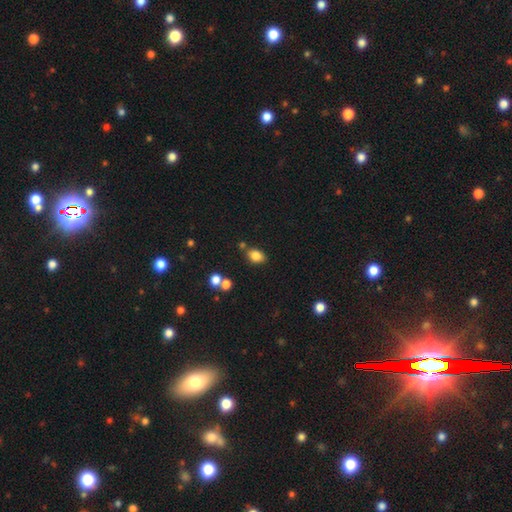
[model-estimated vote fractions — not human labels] smooth_or_featured: smooth (p=0.83) [alt: star or artifact p=0.11]
how_rounded: in between (p=0.73) [alt: round p=0.26]
merging: none (p=0.72) [alt: minor disturbance p=0.14]